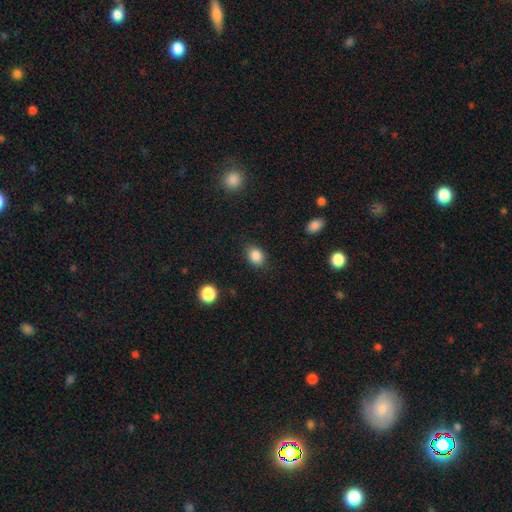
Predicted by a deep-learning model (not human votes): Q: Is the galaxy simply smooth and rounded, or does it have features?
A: smooth — 86%.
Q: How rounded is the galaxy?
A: round — 50%.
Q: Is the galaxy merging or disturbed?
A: none — 85%.